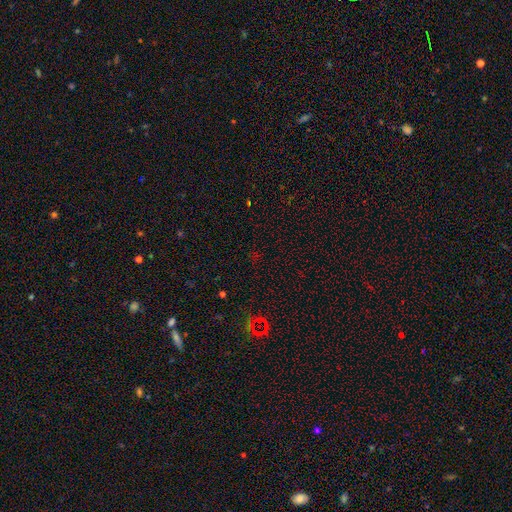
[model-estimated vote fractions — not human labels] Smooth or featured? Predicted: star or artifact (p=0.70).